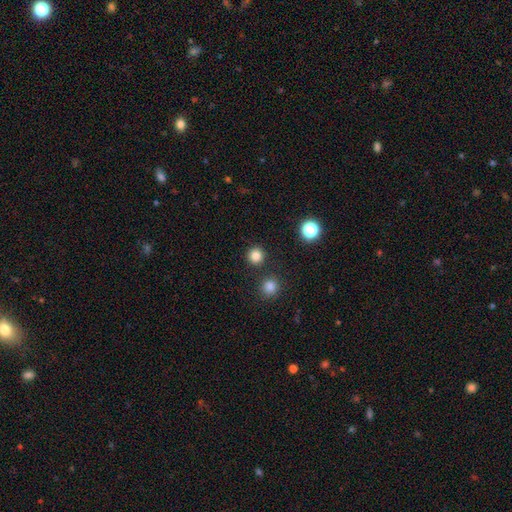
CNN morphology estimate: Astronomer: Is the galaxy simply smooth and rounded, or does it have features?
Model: smooth — 82%.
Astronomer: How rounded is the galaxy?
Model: round — 94%.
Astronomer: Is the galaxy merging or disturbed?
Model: none — 89%.